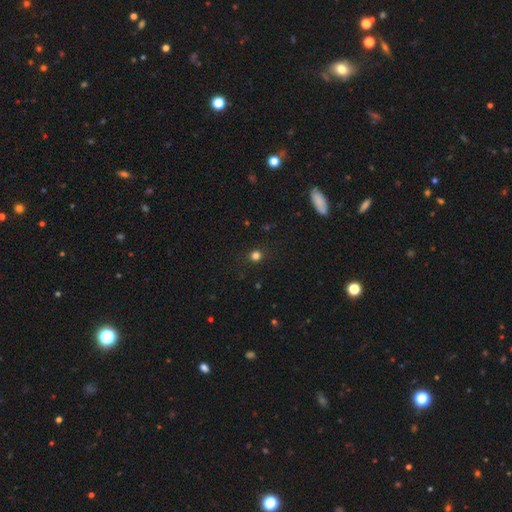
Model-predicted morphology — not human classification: Smooth or featured: smooth — 78% (star or artifact — 17%)
How rounded: round — 88% (in between — 11%)
Merging: none — 89% (minor disturbance — 7%)